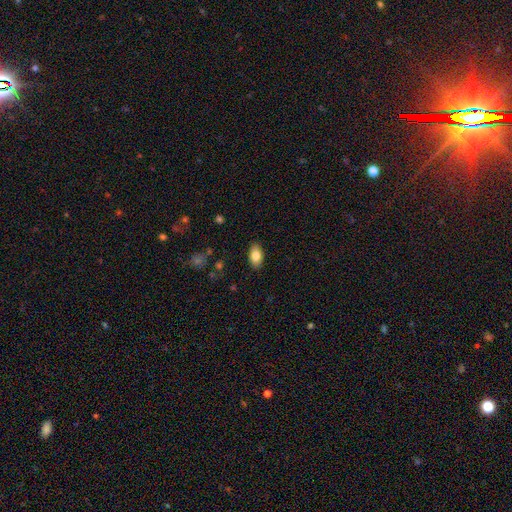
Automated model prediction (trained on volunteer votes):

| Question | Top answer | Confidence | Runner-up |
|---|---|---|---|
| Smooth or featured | smooth | 82% | featured or disk (11%) |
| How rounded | in between | 92% | round (5%) |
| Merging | none | 88% | minor disturbance (9%) |